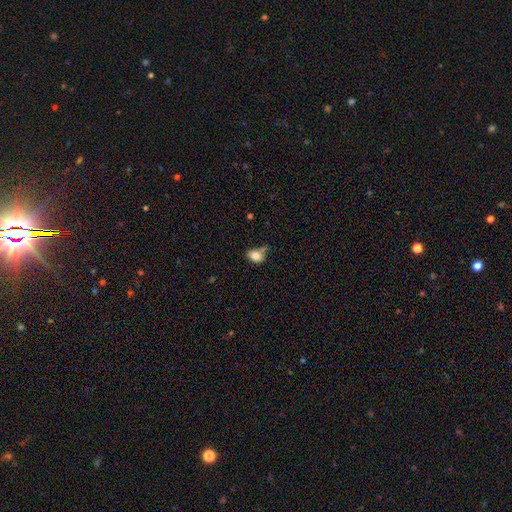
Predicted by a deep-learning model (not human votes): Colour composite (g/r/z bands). It shows a smooth galaxy with no disk features (83%) that is in between round and cigar-shaped (73%). Merging: none (43%).